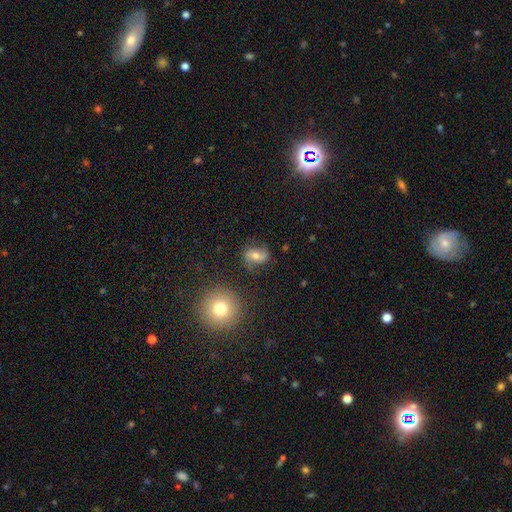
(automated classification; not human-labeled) This appears to be a featured or disk galaxy (48%). Merging: none (75%).